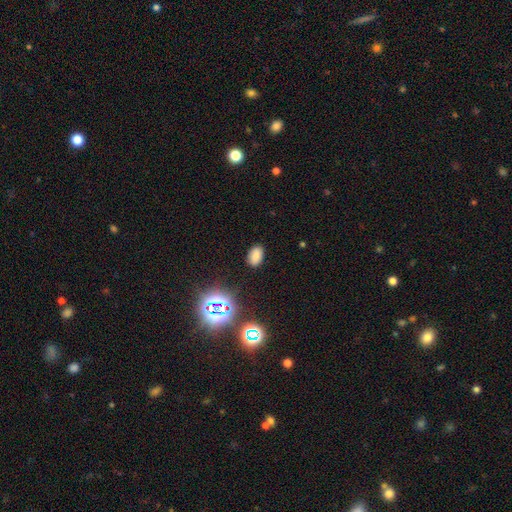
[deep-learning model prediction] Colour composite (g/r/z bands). It shows a smooth galaxy with no disk features (74%) that is in between round and cigar-shaped (90%). Merging: none (85%).